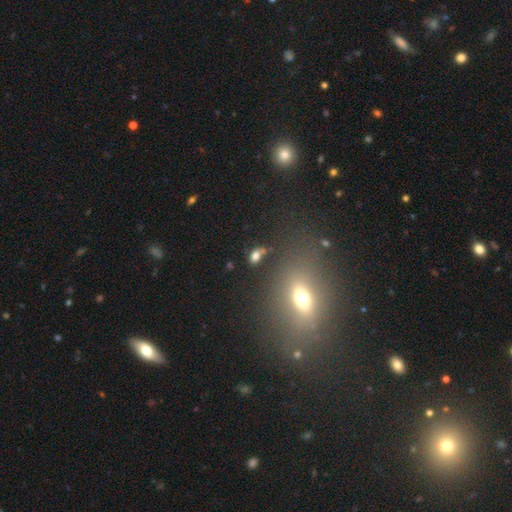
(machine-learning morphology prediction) Smooth or featured? Predicted: smooth (p=0.72). How rounded? Predicted: in between (p=0.80). Merging? Predicted: none (p=0.62).